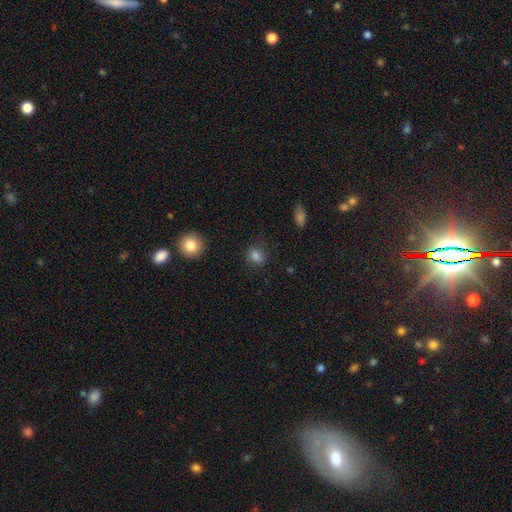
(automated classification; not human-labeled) Smooth or featured: smooth — 82% (star or artifact — 12%)
How rounded: in between — 53% (round — 46%)
Merging: none — 76% (minor disturbance — 17%)